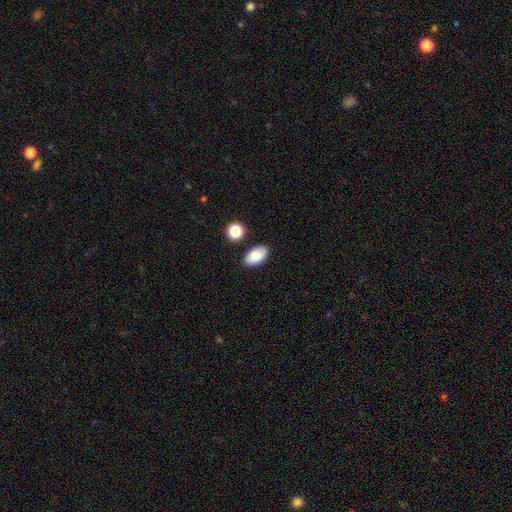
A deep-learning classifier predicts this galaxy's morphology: type=smooth (83%); roundness=in between (93%); merging=none (83%).